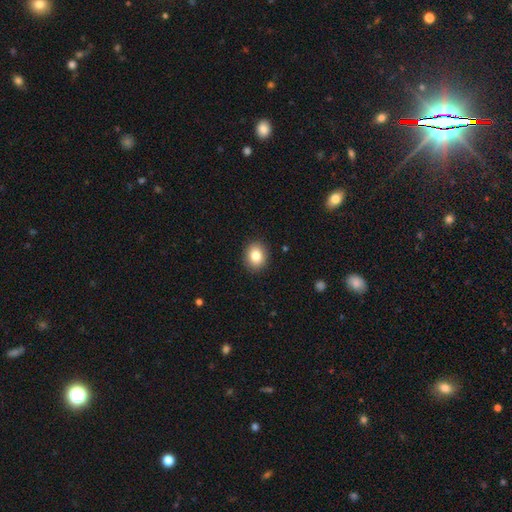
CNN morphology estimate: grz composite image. It shows a smooth galaxy with no disk features (83%) that is round (61%). Merging: none (90%).